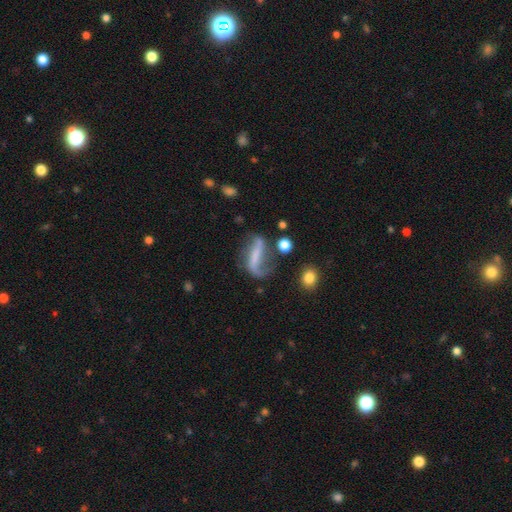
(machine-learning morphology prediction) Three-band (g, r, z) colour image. It shows a featured or disk galaxy (66%) with a strong bar (50%), spiral arms (81%) and no central bulge (56%). Merging: none (43%).